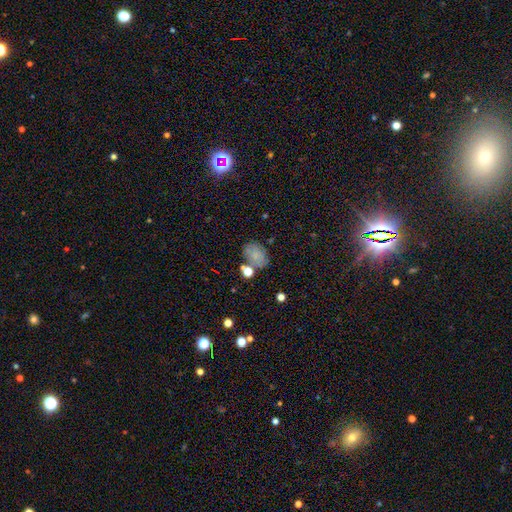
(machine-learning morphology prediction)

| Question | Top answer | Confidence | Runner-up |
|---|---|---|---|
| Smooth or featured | smooth | 64% | featured or disk (24%) |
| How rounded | in between | 63% | round (35%) |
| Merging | none | 59% | minor disturbance (19%) |